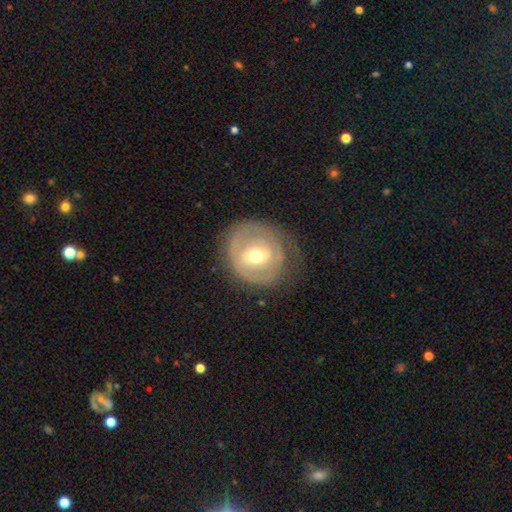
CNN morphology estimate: This is likely a featured or disk galaxy (68%). It is clearly not viewed edge-on (96%). Bar: possibly weak (47%). Spiral arm pattern: likely yes (60%). Central bulge: likely moderate (71%). Merging: likely none (65%).